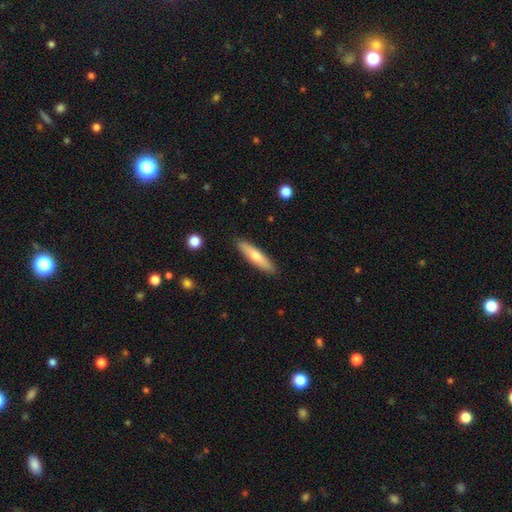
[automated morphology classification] This is likely a smooth galaxy (63%). How rounded: clearly cigar-shaped (82%). Merging: clearly none (90%).